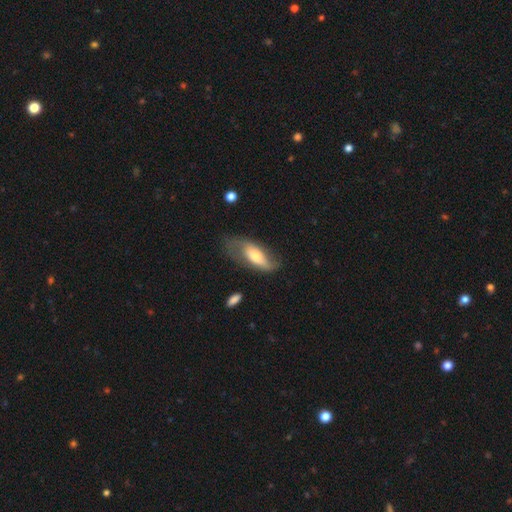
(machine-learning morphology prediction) Smooth or featured? smooth (49%)
Merging? none (43%)